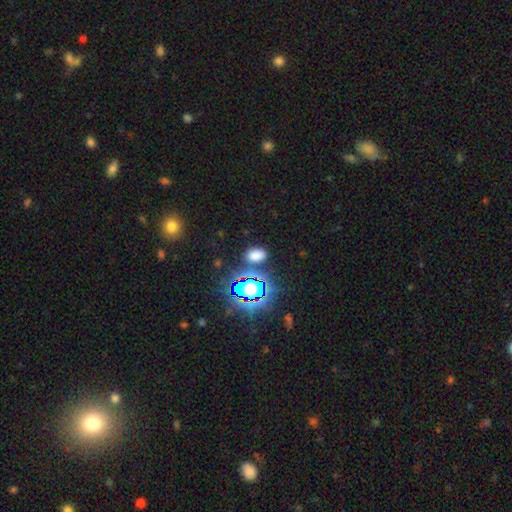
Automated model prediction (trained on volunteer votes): Smooth or featured: smooth — 66% (star or artifact — 28%)
How rounded: in between — 84% (round — 15%)
Merging: none — 79% (minor disturbance — 11%)